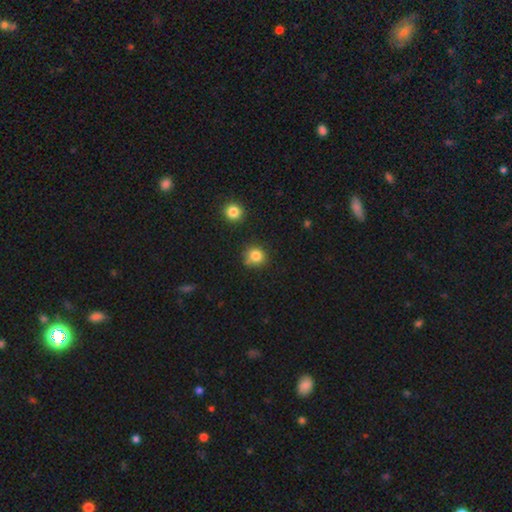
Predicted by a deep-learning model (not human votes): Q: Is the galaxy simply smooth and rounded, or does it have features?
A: smooth — 82%.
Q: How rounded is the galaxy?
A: round — 88%.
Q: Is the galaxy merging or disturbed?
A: none — 77%.